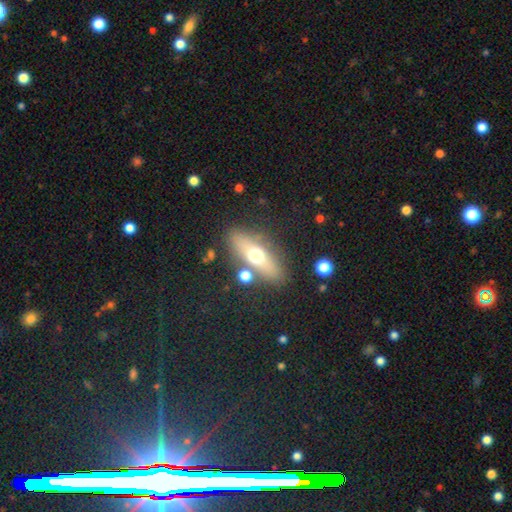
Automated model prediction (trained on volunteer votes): A smooth galaxy with no disk features (52%) that is in between round and cigar-shaped (54%). Merging: none (78%).